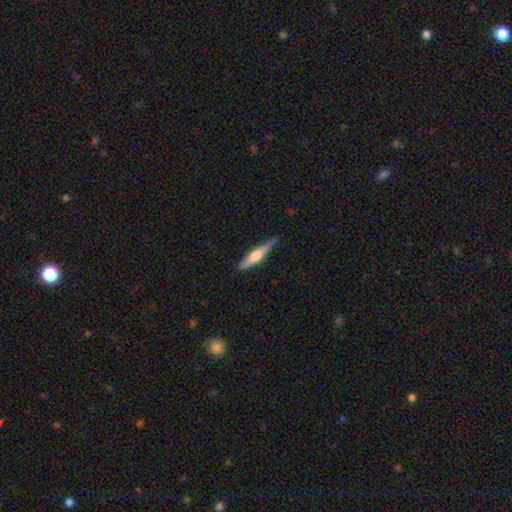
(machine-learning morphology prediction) A featured or disk galaxy (51%) viewed edge-on (96%). Merging: none (82%).